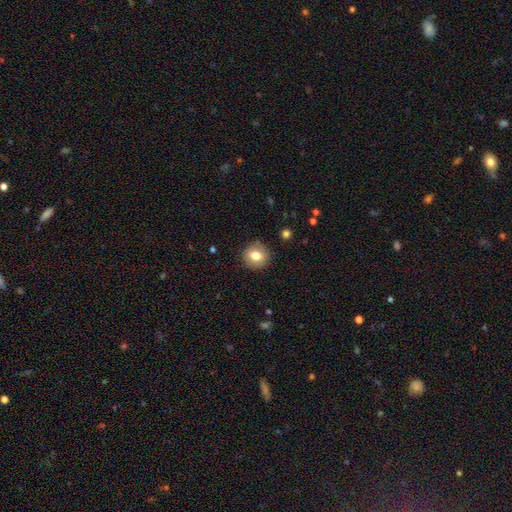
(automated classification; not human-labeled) Smooth or featured? smooth (78%)
How rounded? round (89%)
Merging? none (90%)